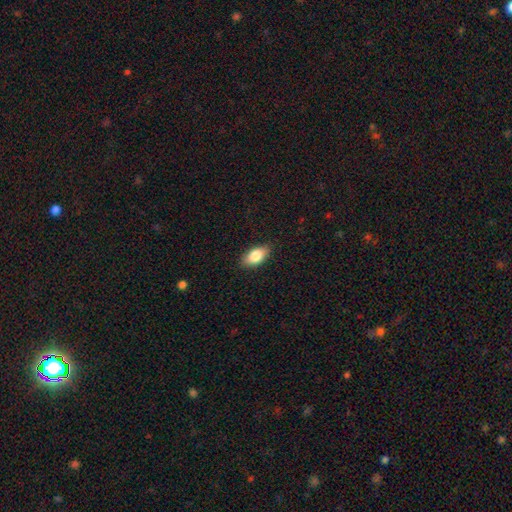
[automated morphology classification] Smooth or featured? smooth (83%)
How rounded? in between (90%)
Merging? none (87%)